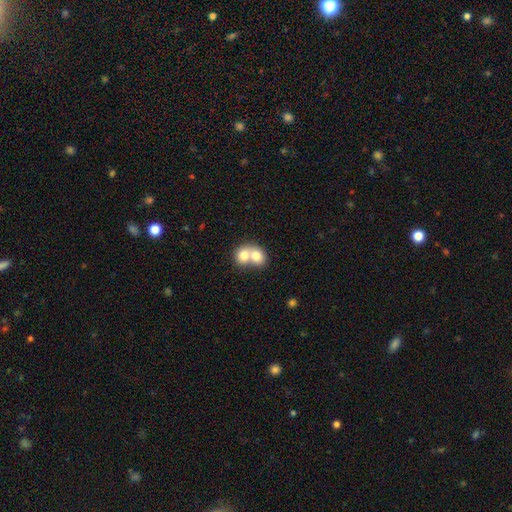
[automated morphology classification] Q: Smooth or featured?
A: smooth (72%); runner-up: featured or disk (20%)
Q: How rounded?
A: round (60%); runner-up: in between (39%)
Q: Merging?
A: merger (76%); runner-up: none (18%)